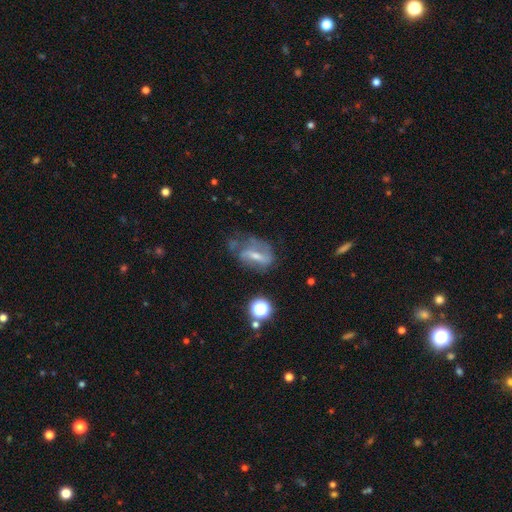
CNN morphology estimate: Smooth or featured?
  - featured or disk: 66% *
  - smooth: 23%
  - star or artifact: 12%
Edge-on disk?
  - no: 90% *
  - yes: 10%
Bar?
  - strong: 44% *
  - weak: 36%
  - no: 19%
Spiral arms?
  - yes: 72% *
  - no: 28%
Bulge size?
  - small: 51% *
  - moderate: 37%
  - none: 8%
  - large: 3%
  - dominant: 1%
Merging?
  - none: 41% *
  - minor disturbance: 28%
  - major disturbance: 26%
  - merger: 5%